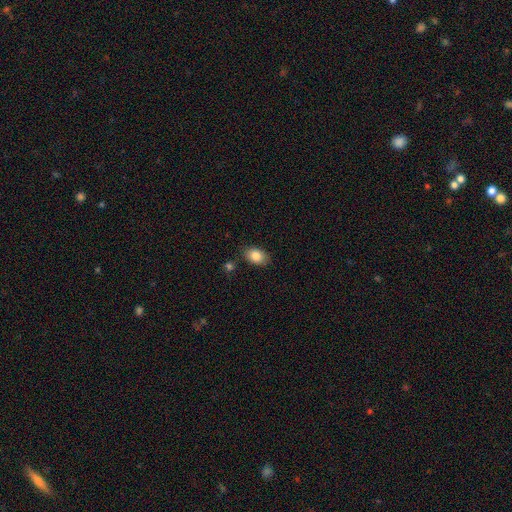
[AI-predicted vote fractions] smooth 85%, star or artifact 8%, featured or disk 8%. Down the decision tree: how rounded — in between (85%); merging — none (82%).